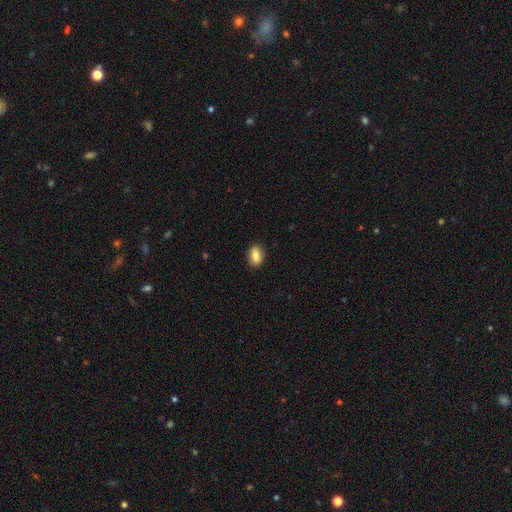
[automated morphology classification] smooth_or_featured: smooth (p=0.87) [alt: star or artifact p=0.07]
how_rounded: in between (p=0.84) [alt: round p=0.14]
merging: none (p=0.88) [alt: minor disturbance p=0.09]